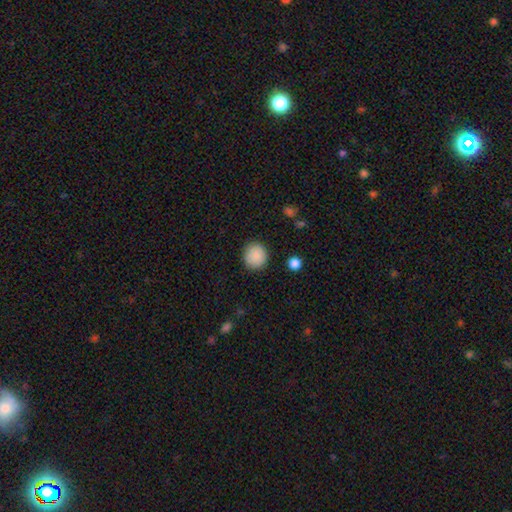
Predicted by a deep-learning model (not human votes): This appears to be a smooth galaxy with no disk features (88%) that is round (89%). Merging: none (90%).